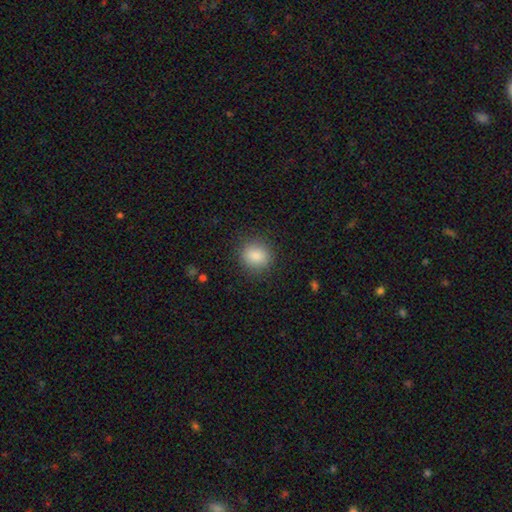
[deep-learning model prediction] smooth 87%, star or artifact 9%, featured or disk 4%. Down the decision tree: how rounded — round (81%); merging — none (87%).